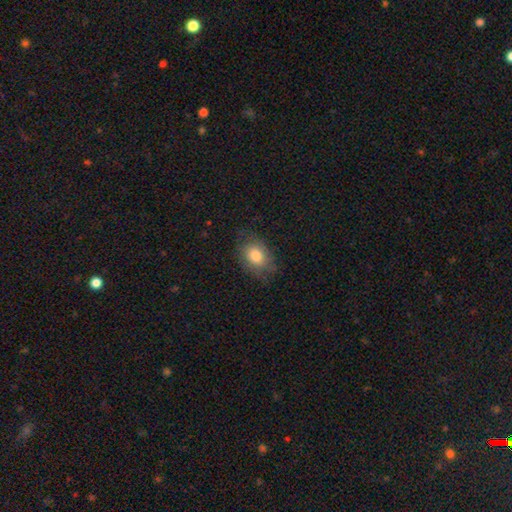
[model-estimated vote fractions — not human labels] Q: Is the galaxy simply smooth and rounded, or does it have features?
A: smooth — 77%.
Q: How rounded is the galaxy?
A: in between — 70%.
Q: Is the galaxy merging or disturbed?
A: none — 69%.